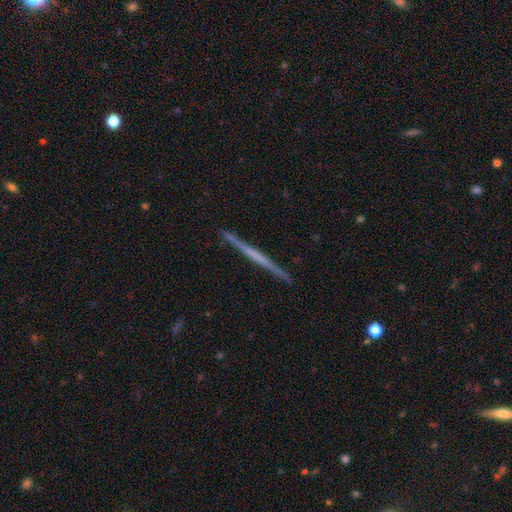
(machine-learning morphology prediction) Overall: featured or disk (64%; smooth 30%). Edge-on disk: yes (98%). Edge-on bulge: none (83%). Merging: none (92%).